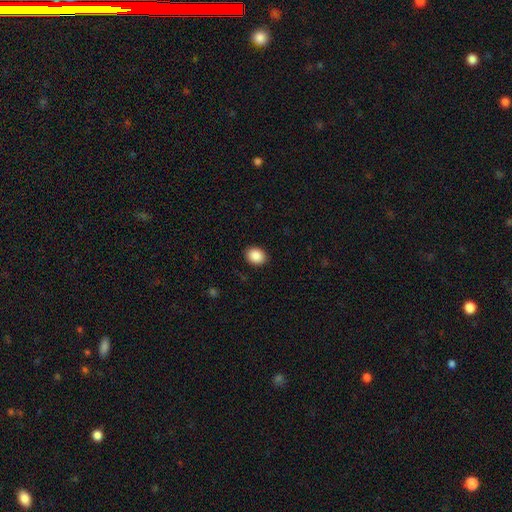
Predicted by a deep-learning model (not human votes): A smooth galaxy with no disk features (89%) that is in between round and cigar-shaped (58%).

Vote fractions:
- Smooth or featured? smooth: 89% / star or artifact: 8% / featured or disk: 3%
- How rounded? in between: 58% / round: 41% / cigar-shaped: 1%
- Merging? none: 90% / minor disturbance: 7% / major disturbance: 2% / merger: 1%